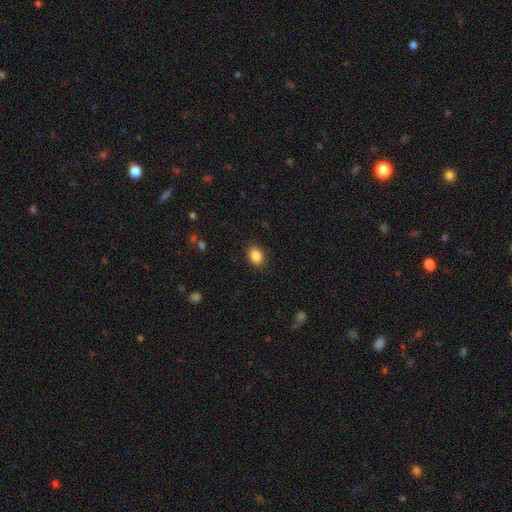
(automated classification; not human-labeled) Smooth or featured? smooth (87%)
How rounded? in between (73%)
Merging? none (88%)